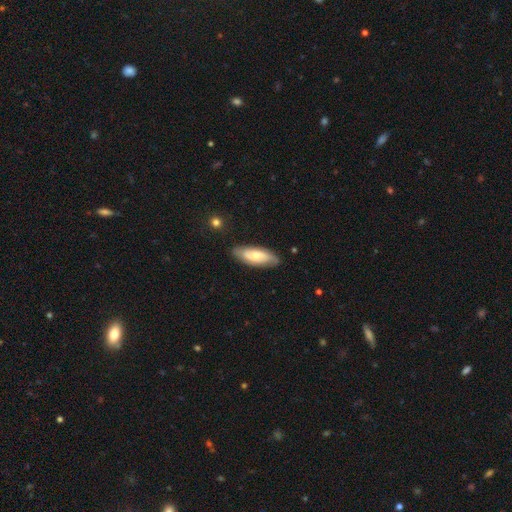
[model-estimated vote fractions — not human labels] Smooth or featured?
  - smooth: 57% *
  - featured or disk: 37%
  - star or artifact: 6%
How rounded?
  - in between: 68% *
  - cigar-shaped: 30%
  - round: 2%
Merging?
  - none: 82% *
  - minor disturbance: 14%
  - major disturbance: 3%
  - merger: 1%